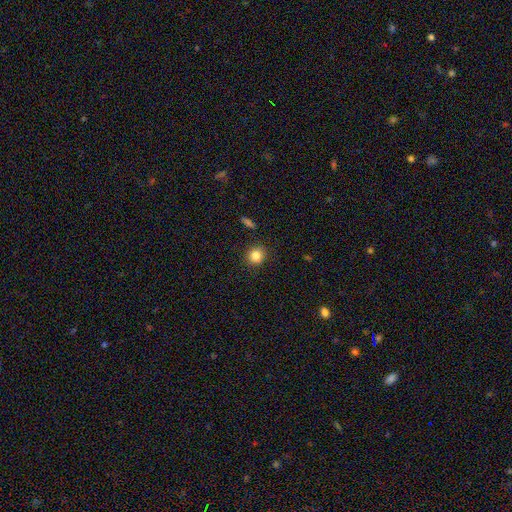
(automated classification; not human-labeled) The model was most divided on "smooth or featured": smooth: 84%, star or artifact: 11%, featured or disk: 6%. More confident: merging — none (89%); how rounded — round (88%).